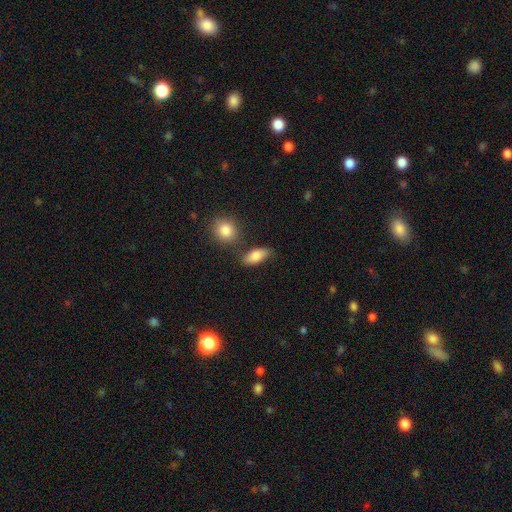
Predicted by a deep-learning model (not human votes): smooth_or_featured: smooth (p=0.82) [alt: featured or disk p=0.10]
how_rounded: in between (p=0.83) [alt: cigar-shaped p=0.10]
merging: none (p=0.69) [alt: minor disturbance p=0.17]